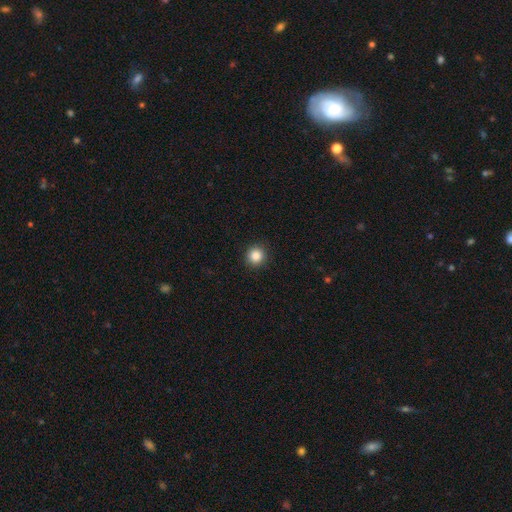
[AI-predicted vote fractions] The model was most divided on "smooth or featured": smooth: 86%, star or artifact: 10%, featured or disk: 4%. More confident: how rounded — round (94%); merging — none (92%).